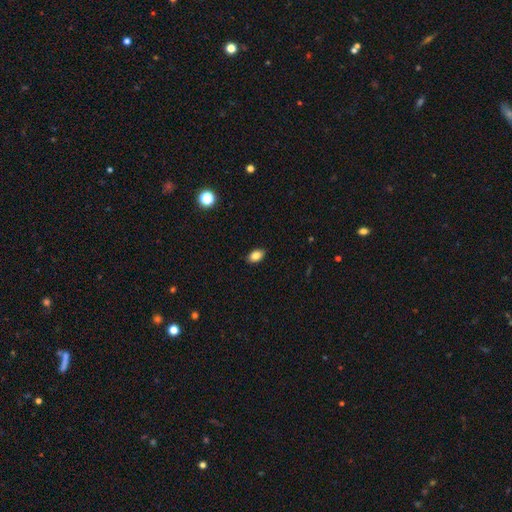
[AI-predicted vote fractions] This is clearly a smooth galaxy (84%). How rounded: clearly in between (88%). Merging: clearly none (88%).